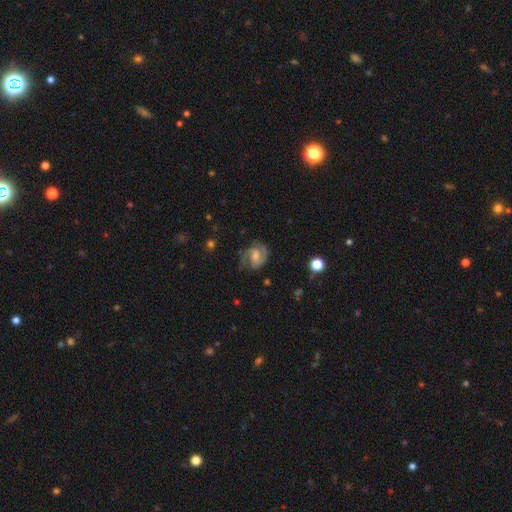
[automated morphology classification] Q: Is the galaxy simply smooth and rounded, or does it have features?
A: featured or disk — 77%.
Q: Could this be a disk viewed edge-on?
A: no — 98%.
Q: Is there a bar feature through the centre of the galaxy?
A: weak — 50%.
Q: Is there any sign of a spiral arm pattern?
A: yes — 94%.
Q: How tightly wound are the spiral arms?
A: medium — 49%.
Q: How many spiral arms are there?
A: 2 — 79%.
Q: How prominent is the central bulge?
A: moderate — 46%.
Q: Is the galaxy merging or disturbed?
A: none — 71%.